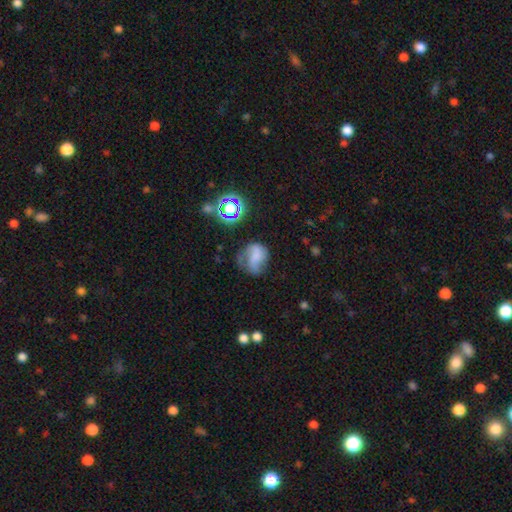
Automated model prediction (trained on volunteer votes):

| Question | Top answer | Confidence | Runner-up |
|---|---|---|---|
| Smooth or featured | smooth | 47% | featured or disk (38%) |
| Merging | none | 35% | major disturbance (33%) |